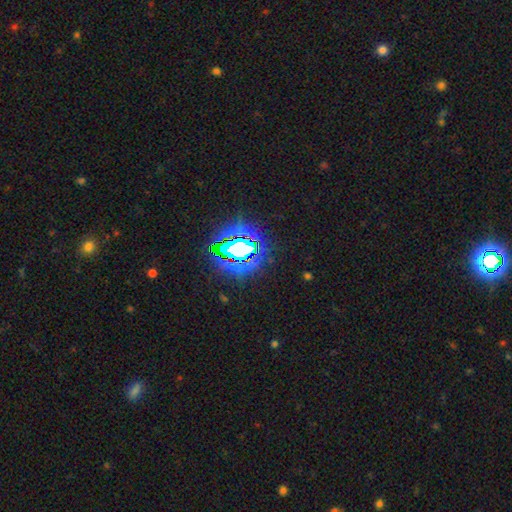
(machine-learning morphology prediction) The model was most divided on "smooth or featured": star or artifact: 84%, smooth: 10%, featured or disk: 6%.